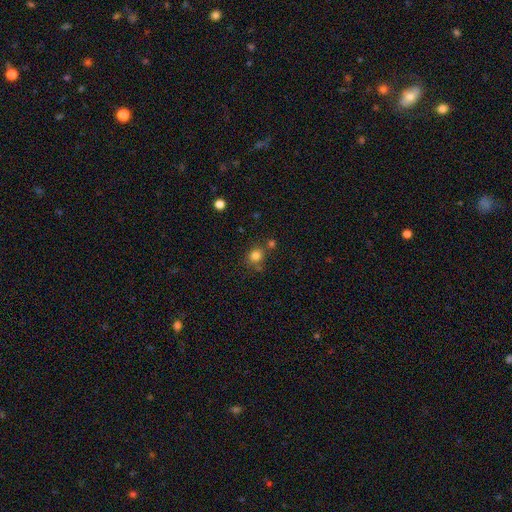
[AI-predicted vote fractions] Smooth or featured? Predicted: smooth (p=0.80). How rounded? Predicted: round (p=0.77). Merging? Predicted: none (p=0.70).